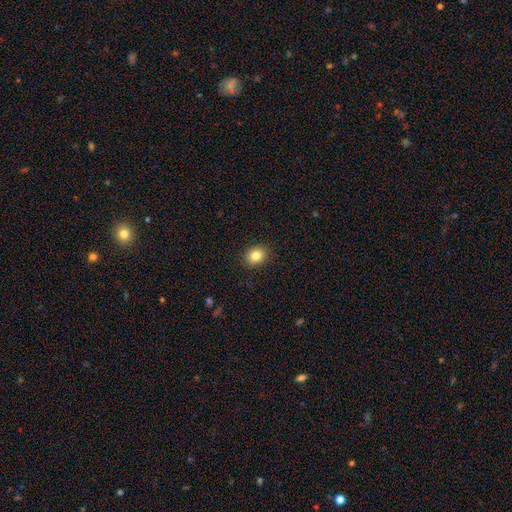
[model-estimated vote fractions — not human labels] The model was most divided on "how rounded": round: 55%, in between: 45%, cigar-shaped: 1%. More confident: merging — none (90%); smooth or featured — smooth (83%).